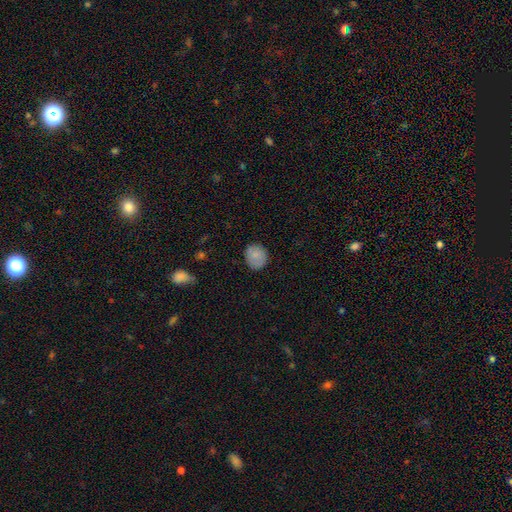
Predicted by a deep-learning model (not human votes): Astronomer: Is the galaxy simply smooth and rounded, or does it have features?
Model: smooth — 84%.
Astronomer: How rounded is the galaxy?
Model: round — 70%.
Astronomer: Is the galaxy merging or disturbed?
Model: none — 82%.